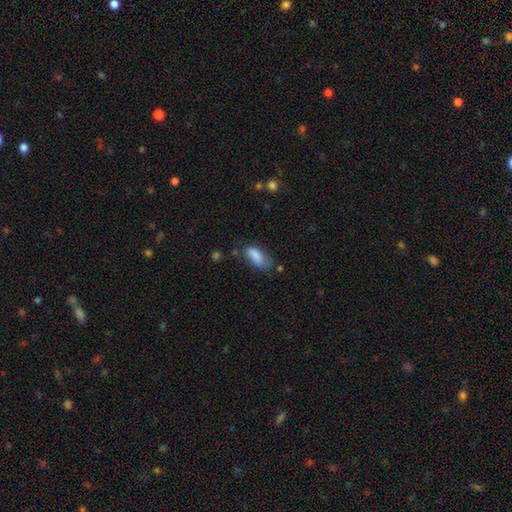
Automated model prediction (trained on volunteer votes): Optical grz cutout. It shows a smooth galaxy with no disk features (82%) that is in between round and cigar-shaped (86%). Merging: none (45%).